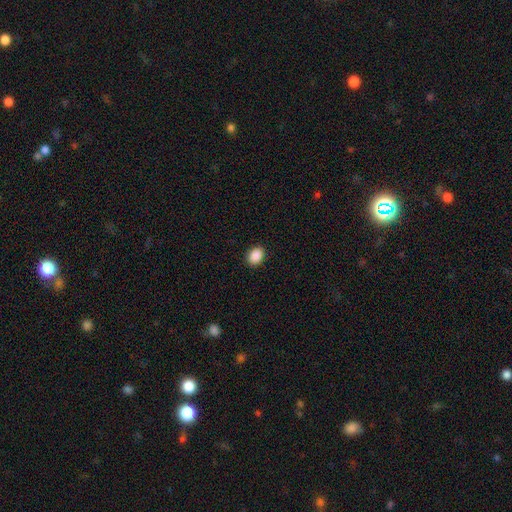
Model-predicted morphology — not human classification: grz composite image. It shows a smooth galaxy with no disk features (90%) that is in between round and cigar-shaped (63%). Merging: none (90%).